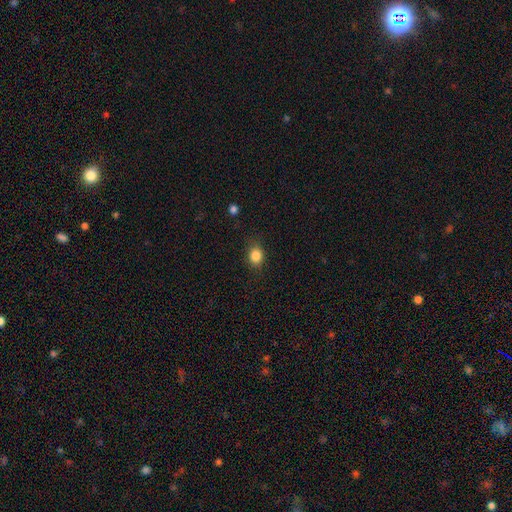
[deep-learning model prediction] The model was most divided on "how rounded": round: 55%, in between: 44%, cigar-shaped: 1%. More confident: smooth or featured — smooth (84%); merging — none (83%).